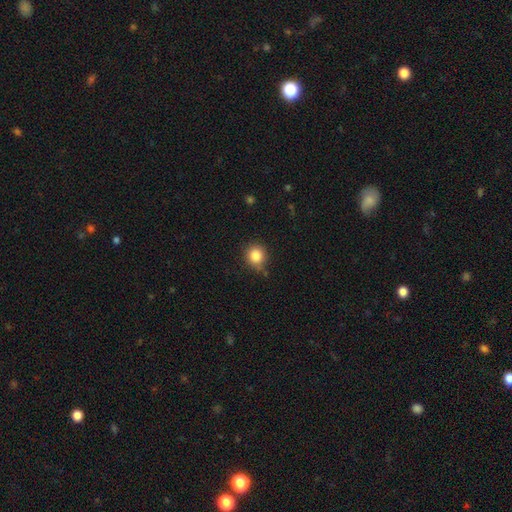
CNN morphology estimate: type=smooth (85%); roundness=round (87%); merging=none (76%).